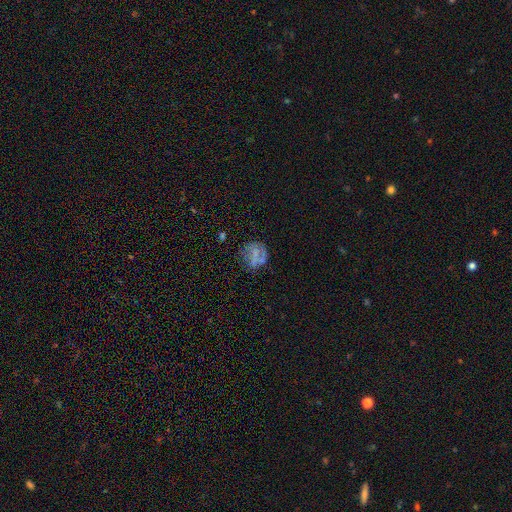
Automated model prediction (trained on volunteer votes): smooth 44%, featured or disk 40%, star or artifact 16%. Down the decision tree: merging — none (51%).